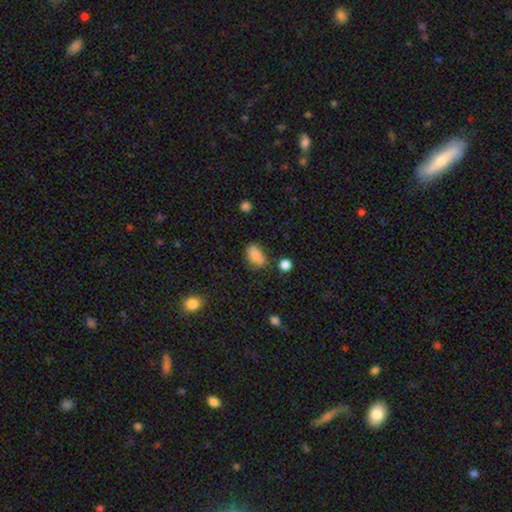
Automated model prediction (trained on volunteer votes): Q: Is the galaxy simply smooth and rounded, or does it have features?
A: smooth — 81%.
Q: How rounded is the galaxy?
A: in between — 87%.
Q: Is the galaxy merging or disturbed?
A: none — 55%.